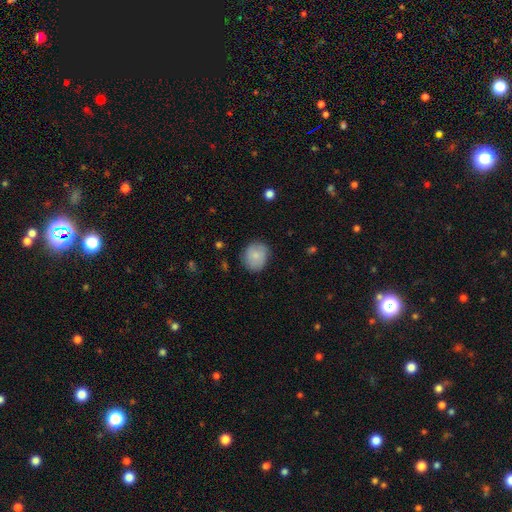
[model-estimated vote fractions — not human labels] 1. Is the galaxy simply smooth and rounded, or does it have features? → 78% smooth, 15% featured or disk, 7% star or artifact.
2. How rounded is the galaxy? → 75% round, 24% in between, 1% cigar-shaped.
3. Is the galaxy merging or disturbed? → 79% none, 16% minor disturbance, 4% major disturbance, 1% merger.